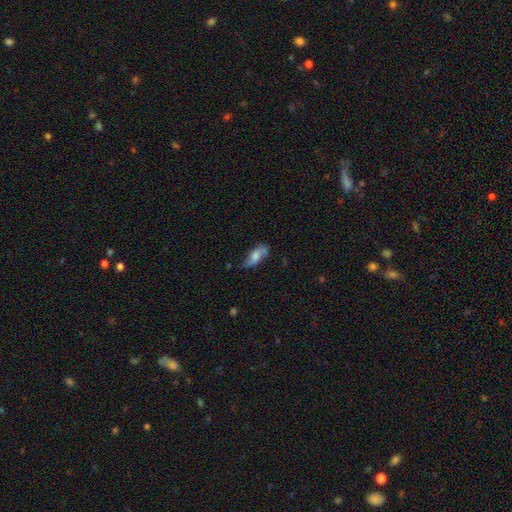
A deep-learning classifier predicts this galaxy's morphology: Smooth or featured? Predicted: smooth (p=0.53). How rounded? Predicted: in between (p=0.78). Merging? Predicted: none (p=0.54).